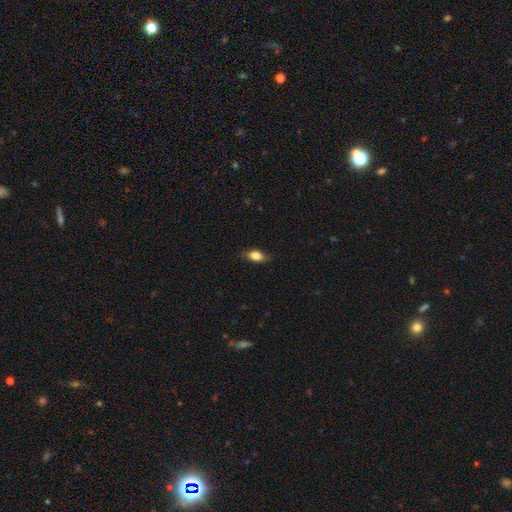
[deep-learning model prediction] Morphology: type=smooth (80%); roundness=in between (83%); merging=none (77%).